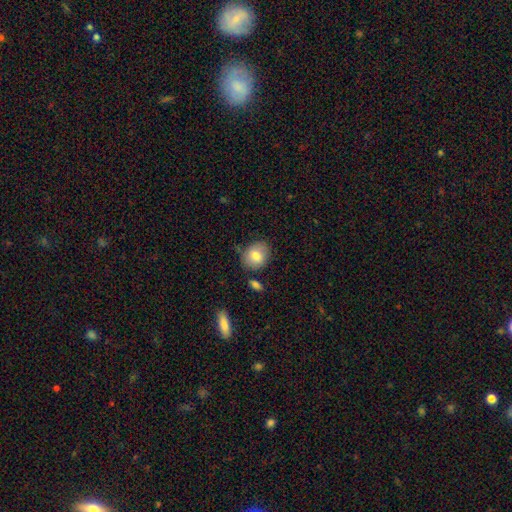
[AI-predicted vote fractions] Q: Smooth or featured?
A: smooth (79%); runner-up: featured or disk (13%)
Q: How rounded?
A: round (61%); runner-up: in between (38%)
Q: Merging?
A: none (75%); runner-up: minor disturbance (16%)